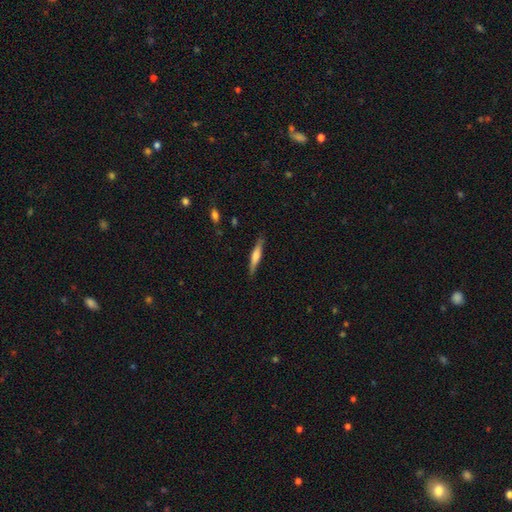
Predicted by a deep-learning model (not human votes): A smooth galaxy with no disk features (47%, tied with featured or disk). Merging: none (86%).